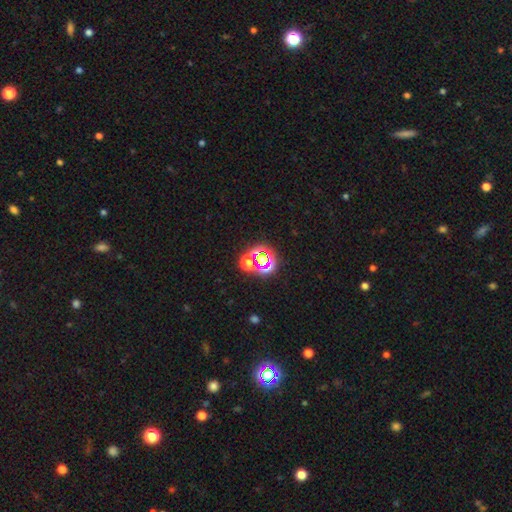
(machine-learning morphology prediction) Smooth or featured: star or artifact — 57% (smooth — 33%)